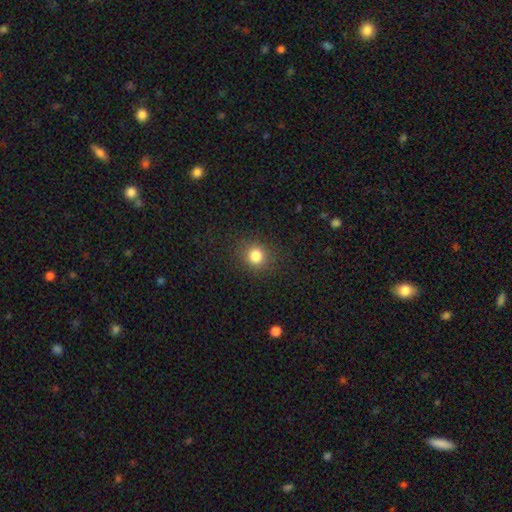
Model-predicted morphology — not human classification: The model was most divided on "smooth or featured": smooth: 82%, star or artifact: 12%, featured or disk: 5%. More confident: merging — none (88%); how rounded — round (86%).